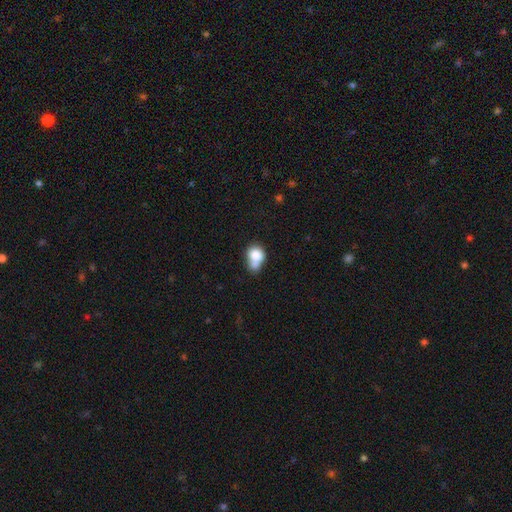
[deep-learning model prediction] Smooth or featured?
  - smooth: 78% *
  - featured or disk: 13%
  - star or artifact: 9%
How rounded?
  - round: 56% *
  - in between: 43%
  - cigar-shaped: 1%
Merging?
  - merger: 52% *
  - none: 27%
  - minor disturbance: 15%
  - major disturbance: 7%